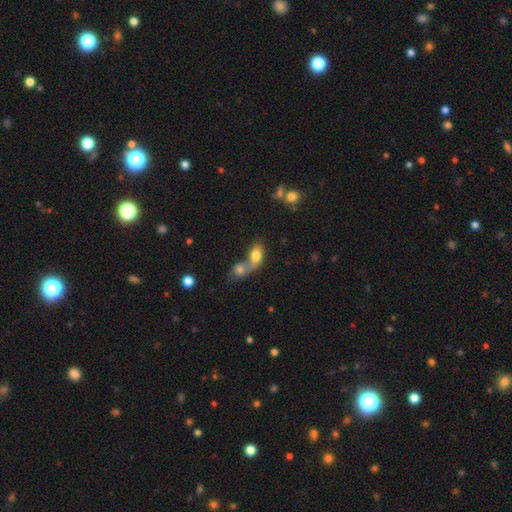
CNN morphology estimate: The model was most divided on "merging": merger: 69%, none: 19%, minor disturbance: 6%, major disturbance: 5%. More confident: how rounded — in between (82%); smooth or featured — smooth (78%).